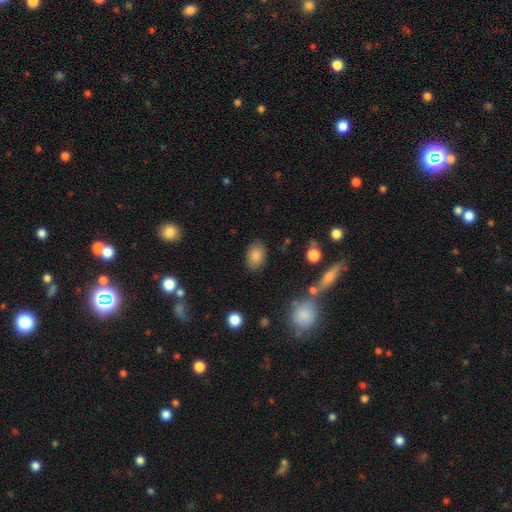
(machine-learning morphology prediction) Smooth or featured? Predicted: smooth (p=0.85). How rounded? Predicted: in between (p=0.83). Merging? Predicted: none (p=0.85).